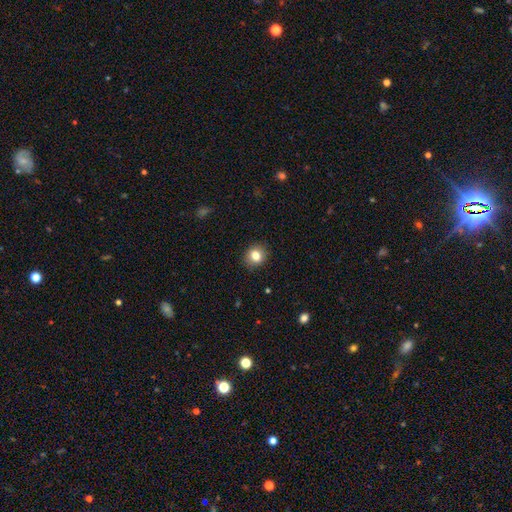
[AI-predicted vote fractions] A smooth galaxy with no disk features (82%) that is round (74%). Merging: none (89%).